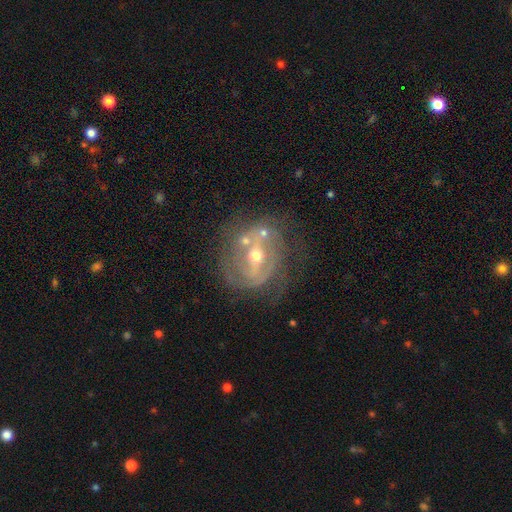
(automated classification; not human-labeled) Smooth or featured? featured or disk (82%)
Edge-on disk? no (96%)
Bar? strong (42%)
Spiral arms? yes (75%)
Spiral winding? tight (46%)
Spiral arm count? 2 (48%)
Bulge size? moderate (63%)
Merging? none (55%)